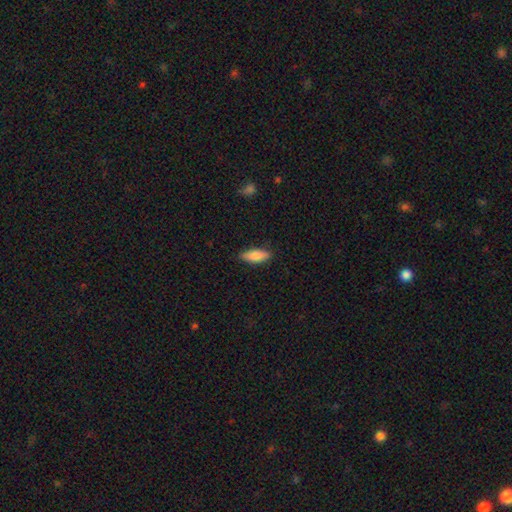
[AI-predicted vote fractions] This is clearly a smooth galaxy (81%). How rounded: likely in between (68%). Merging: clearly none (84%).